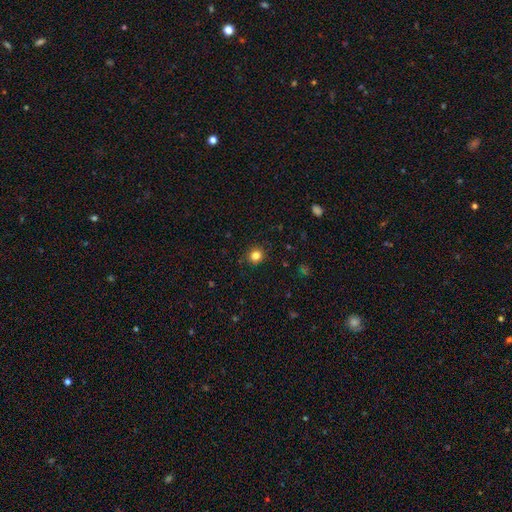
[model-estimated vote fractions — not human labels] The model was most divided on "smooth or featured": smooth: 83%, star or artifact: 12%, featured or disk: 5%. More confident: merging — none (90%); how rounded — round (86%).